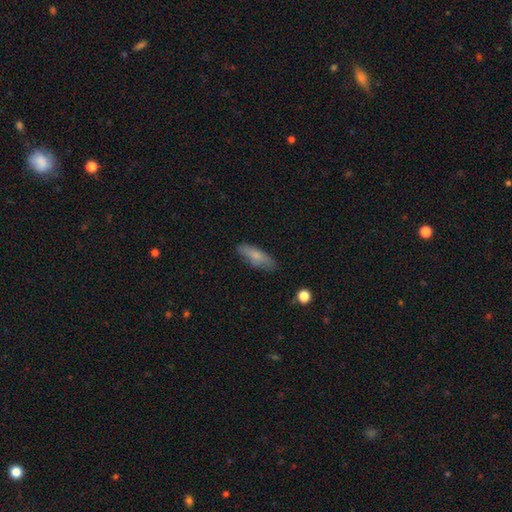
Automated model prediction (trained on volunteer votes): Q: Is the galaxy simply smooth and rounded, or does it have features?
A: smooth — 73%.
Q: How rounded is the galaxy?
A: in between — 53%.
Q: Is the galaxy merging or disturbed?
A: none — 76%.